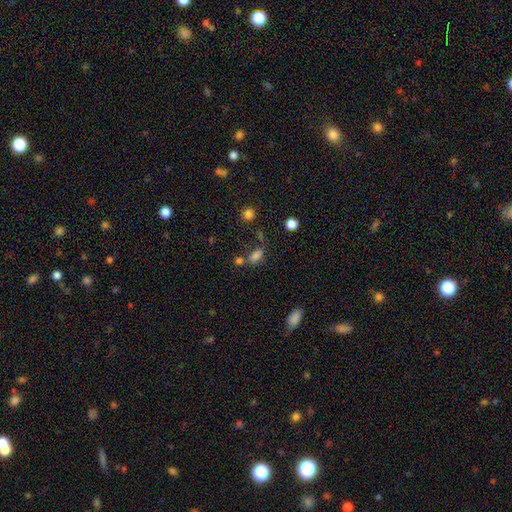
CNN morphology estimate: A smooth galaxy with no disk features (77%) that is in between round and cigar-shaped (81%).

Vote fractions:
- Smooth or featured? smooth: 77% / star or artifact: 15% / featured or disk: 8%
- How rounded? in between: 81% / round: 12% / cigar-shaped: 7%
- Merging? none: 52% / merger: 24% / minor disturbance: 16% / major disturbance: 8%